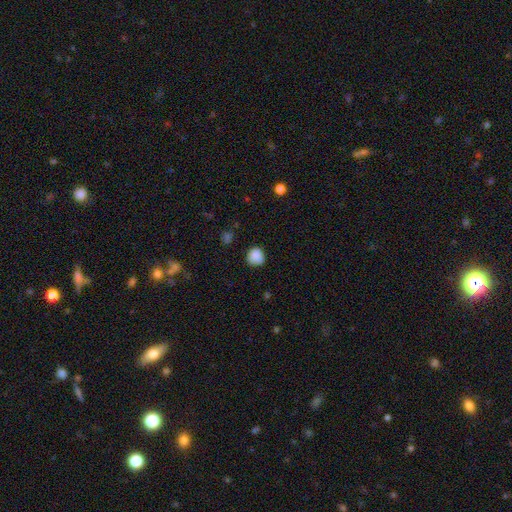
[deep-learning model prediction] Q: Smooth or featured?
A: smooth (86%); runner-up: star or artifact (9%)
Q: How rounded?
A: round (84%); runner-up: in between (15%)
Q: Merging?
A: none (74%); runner-up: minor disturbance (20%)